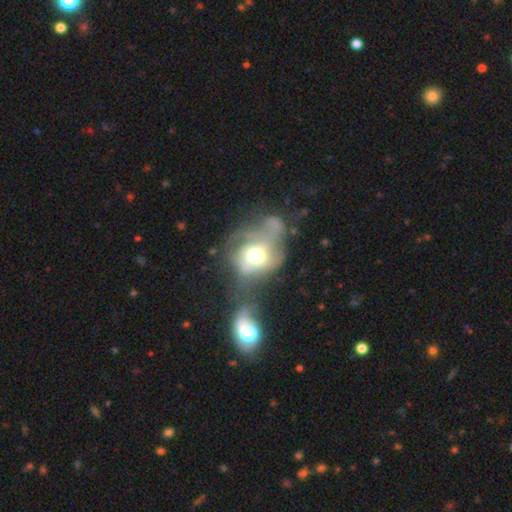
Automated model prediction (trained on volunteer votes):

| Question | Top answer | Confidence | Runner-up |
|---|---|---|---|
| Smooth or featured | featured or disk | 53% | smooth (36%) |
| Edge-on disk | no | 95% | yes (5%) |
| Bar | no | 75% | weak (19%) |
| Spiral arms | no | 60% | yes (40%) |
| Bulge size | moderate | 63% | large (24%) |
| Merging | major disturbance | 39% | merger (34%) |